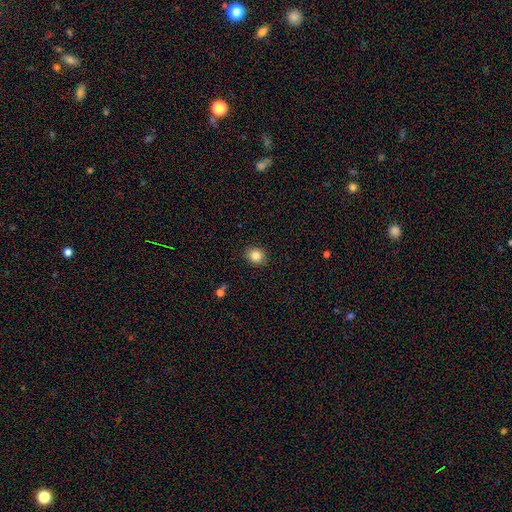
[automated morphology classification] smooth 84%, star or artifact 10%, featured or disk 6%. Down the decision tree: how rounded — round (78%); merging — none (91%).